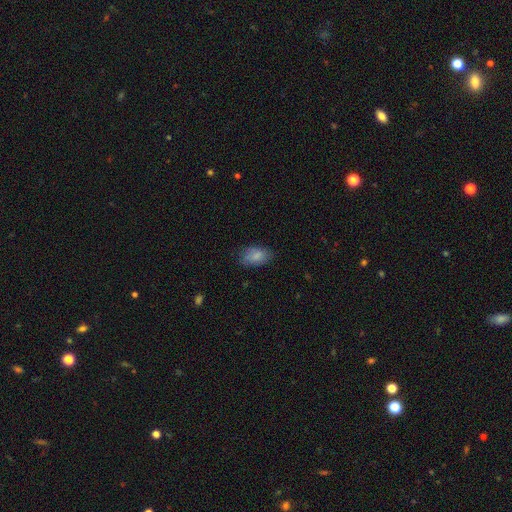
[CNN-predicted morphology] This appears to be a smooth galaxy with no disk features (81%) that is in between round and cigar-shaped (92%). Merging: none (71%).